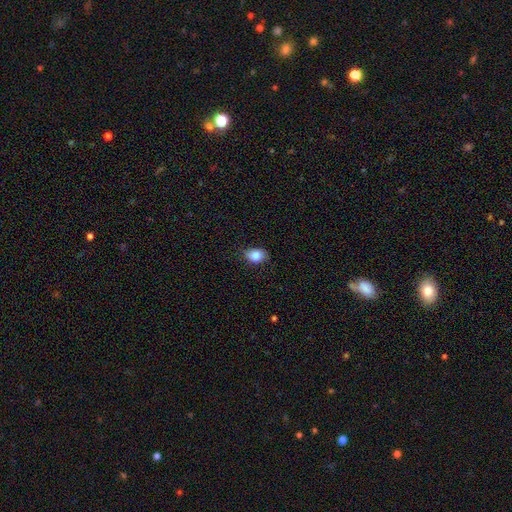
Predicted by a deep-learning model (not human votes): This is clearly a smooth galaxy (84%). How rounded: likely in between (73%). Merging: likely none (78%).